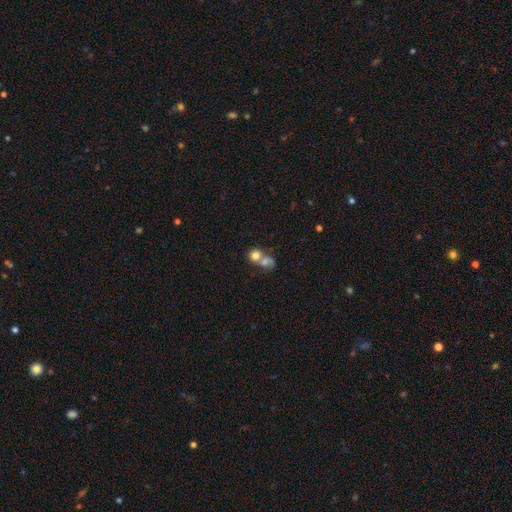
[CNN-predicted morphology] The model was most divided on "merging": merger: 63%, none: 25%, minor disturbance: 6%, major disturbance: 6%. More confident: how rounded — round (76%); smooth or featured — smooth (71%).